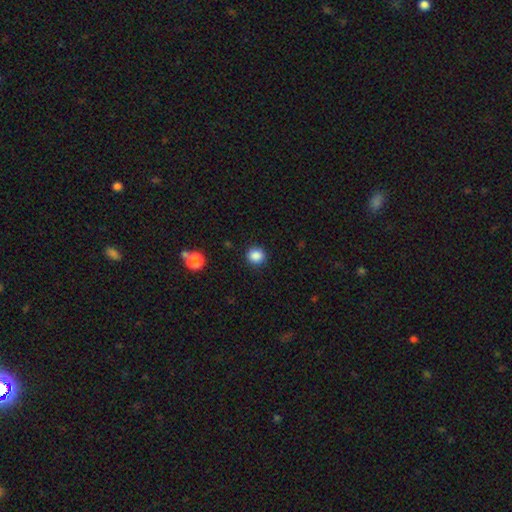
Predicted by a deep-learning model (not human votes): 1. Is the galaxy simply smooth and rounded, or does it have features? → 87% smooth, 10% star or artifact, 3% featured or disk.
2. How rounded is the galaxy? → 87% round, 12% in between, 1% cigar-shaped.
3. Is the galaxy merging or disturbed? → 90% none, 6% minor disturbance, 2% major disturbance, 1% merger.